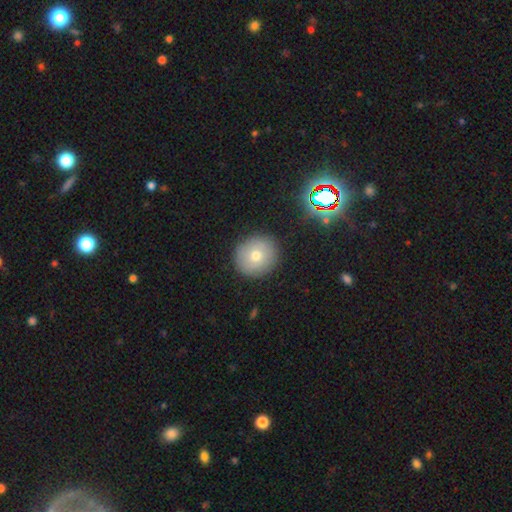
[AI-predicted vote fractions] Smooth or featured: smooth — 72% (featured or disk — 17%)
How rounded: round — 91% (in between — 8%)
Merging: none — 89% (minor disturbance — 7%)